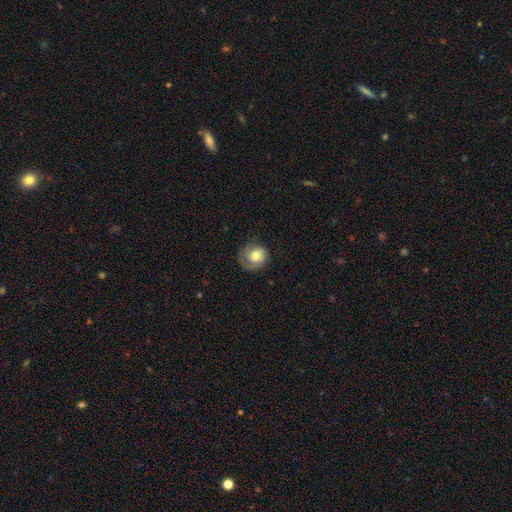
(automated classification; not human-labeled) Smooth or featured?
  - smooth: 58% *
  - featured or disk: 34%
  - star or artifact: 7%
How rounded?
  - round: 79% *
  - in between: 20%
  - cigar-shaped: 1%
Merging?
  - none: 60% *
  - minor disturbance: 23%
  - major disturbance: 16%
  - merger: 1%